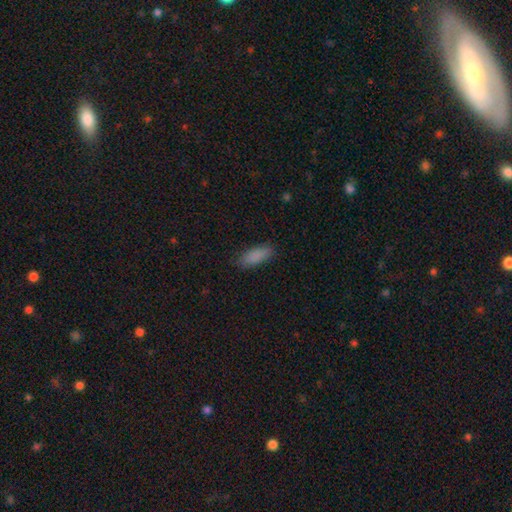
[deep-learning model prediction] Morphology: type=smooth (88%); roundness=in between (72%); merging=none (85%).